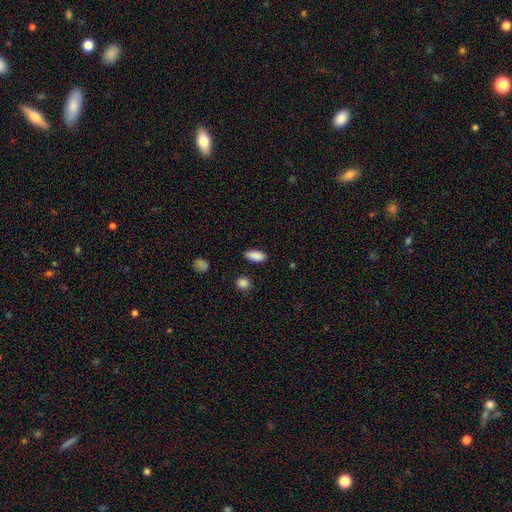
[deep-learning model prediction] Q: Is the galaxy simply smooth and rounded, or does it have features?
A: smooth — 88%.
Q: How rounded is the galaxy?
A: in between — 87%.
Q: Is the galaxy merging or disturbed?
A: none — 87%.